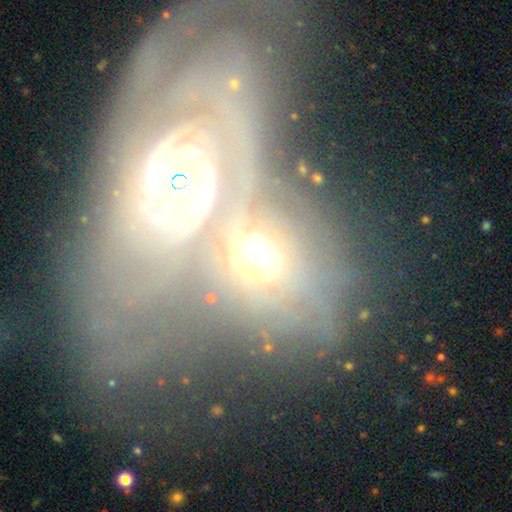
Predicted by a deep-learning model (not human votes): Q: Smooth or featured?
A: featured or disk (67%); runner-up: smooth (22%)
Q: Edge-on disk?
A: no (90%); runner-up: yes (10%)
Q: Bar?
A: no (68%); runner-up: weak (21%)
Q: Spiral arms?
A: yes (77%); runner-up: no (23%)
Q: Bulge size?
A: moderate (49%); runner-up: small (27%)
Q: Merging?
A: merger (66%); runner-up: none (17%)